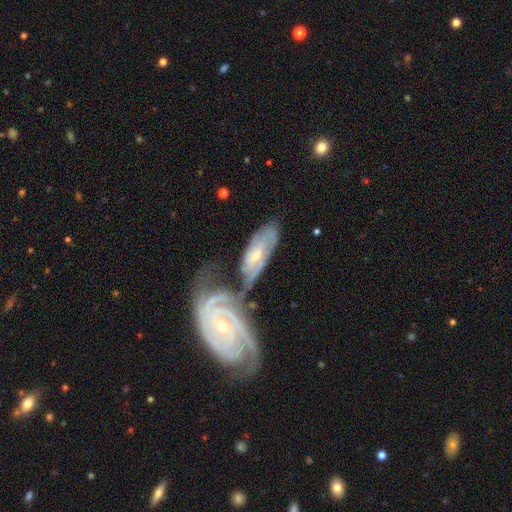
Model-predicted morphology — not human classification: Smooth or featured? featured or disk (76%)
Edge-on disk? no (90%)
Bar? no (47%)
Spiral arms? yes (92%)
Spiral winding? tight (63%)
Spiral arm count? can't tell (39%)
Bulge size? small (55%)
Merging? merger (44%)